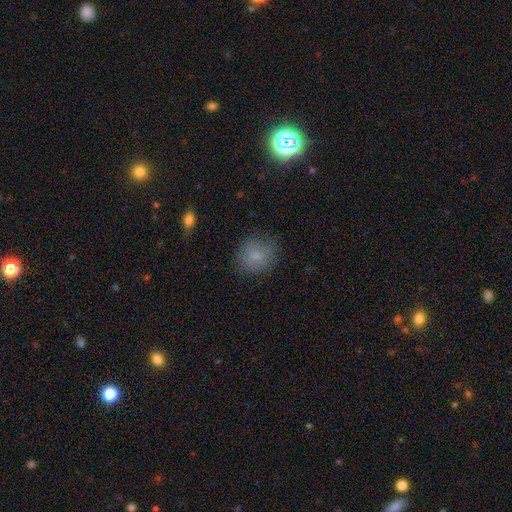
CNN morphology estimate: A smooth galaxy with no disk features (80%) that is round (79%). Merging: none (79%).